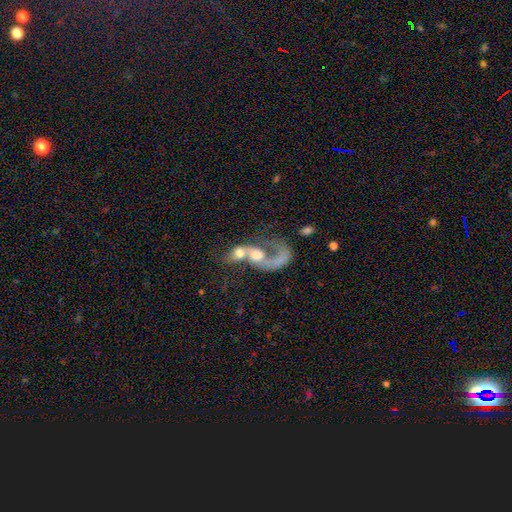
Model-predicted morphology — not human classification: Smooth or featured? Predicted: featured or disk (p=0.67). Edge-on disk? Predicted: no (p=0.96). Bar? Predicted: no (p=0.73). Spiral arms? Predicted: yes (p=0.66). Bulge size? Predicted: moderate (p=0.49). Merging? Predicted: merger (p=0.72).